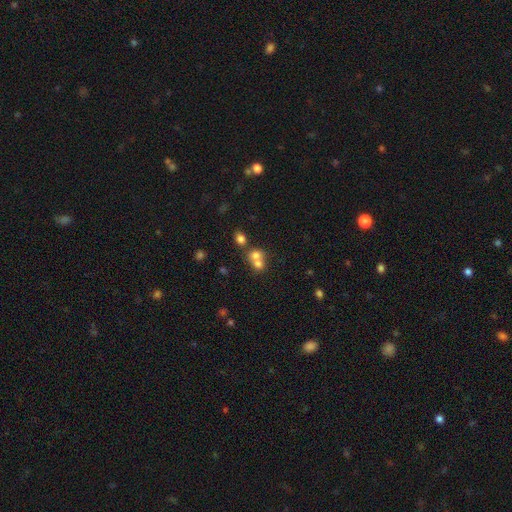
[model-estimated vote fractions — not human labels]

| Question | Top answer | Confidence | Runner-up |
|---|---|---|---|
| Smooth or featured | smooth | 70% | featured or disk (17%) |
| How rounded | round | 70% | in between (29%) |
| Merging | merger | 64% | none (28%) |